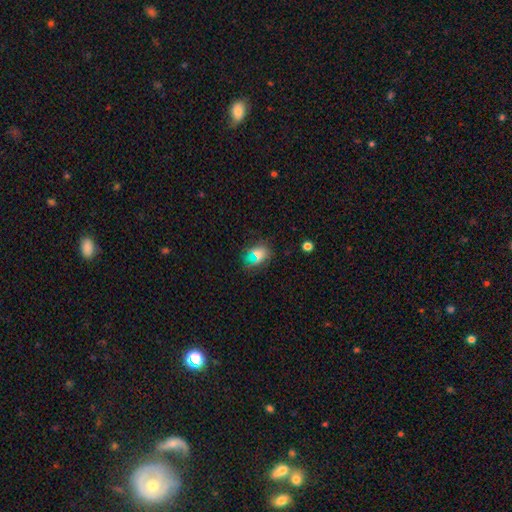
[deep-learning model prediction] This appears to be a smooth galaxy with no disk features (62%) that is round (50%). Merging: none (78%).